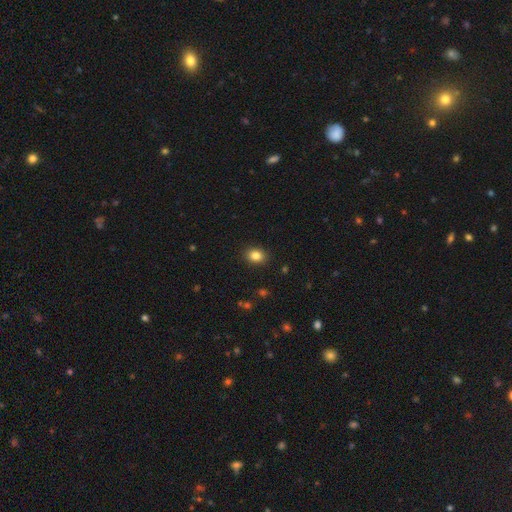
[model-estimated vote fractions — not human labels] Smooth or featured: smooth — 84% (star or artifact — 10%)
How rounded: in between — 55% (round — 44%)
Merging: none — 89% (minor disturbance — 8%)